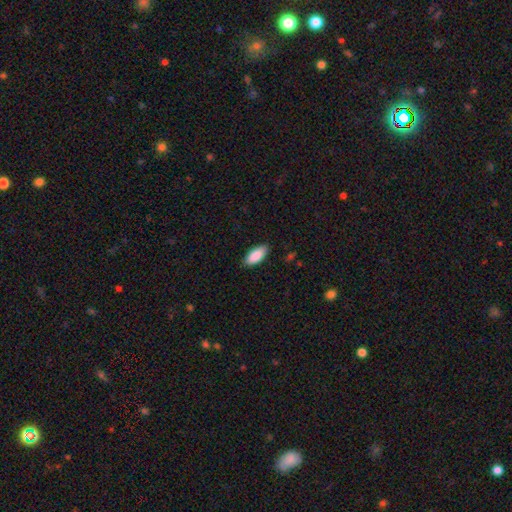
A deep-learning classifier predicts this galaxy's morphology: Smooth or featured?
  - smooth: 89% *
  - star or artifact: 6%
  - featured or disk: 5%
How rounded?
  - in between: 86% *
  - cigar-shaped: 12%
  - round: 2%
Merging?
  - none: 86% *
  - minor disturbance: 11%
  - major disturbance: 2%
  - merger: 1%